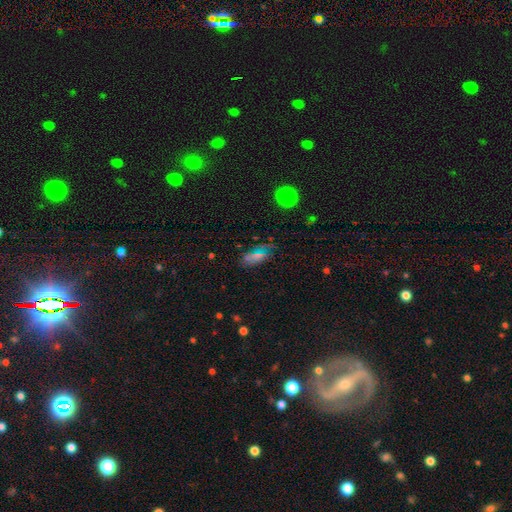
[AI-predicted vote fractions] smooth_or_featured: smooth (p=0.55) [alt: featured or disk p=0.27]
how_rounded: in between (p=0.70) [alt: cigar-shaped p=0.25]
merging: none (p=0.64) [alt: minor disturbance p=0.23]